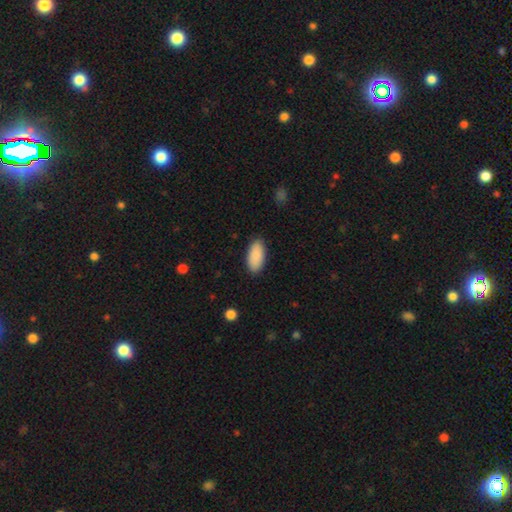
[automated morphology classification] Smooth or featured?
  - smooth: 90% *
  - star or artifact: 6%
  - featured or disk: 4%
How rounded?
  - in between: 92% *
  - cigar-shaped: 6%
  - round: 2%
Merging?
  - none: 87% *
  - minor disturbance: 10%
  - major disturbance: 2%
  - merger: 1%